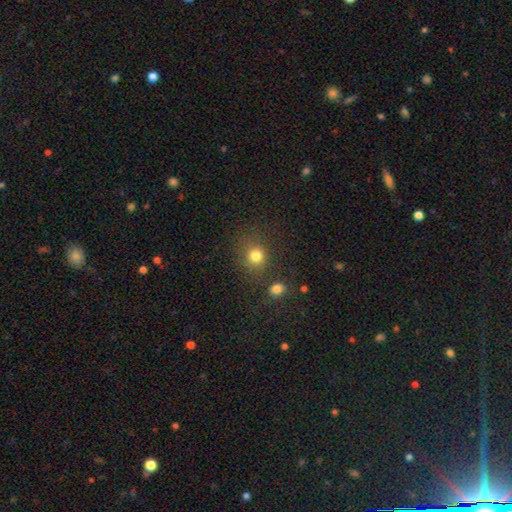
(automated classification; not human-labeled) Smooth or featured: smooth — 79% (star or artifact — 15%)
How rounded: round — 81% (in between — 18%)
Merging: none — 74% (minor disturbance — 12%)